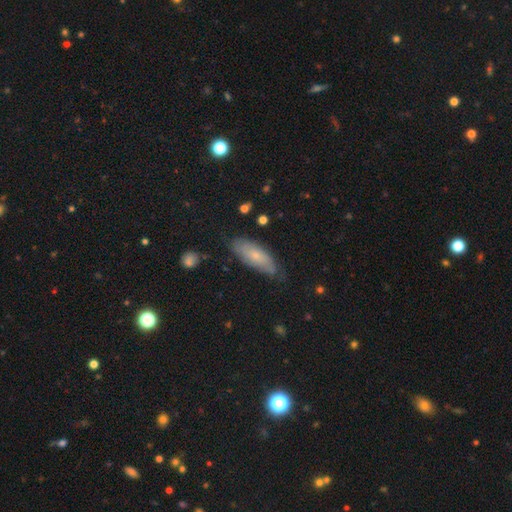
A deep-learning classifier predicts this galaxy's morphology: smooth_or_featured: smooth (p=0.61) [alt: featured or disk p=0.32]
how_rounded: in between (p=0.71) [alt: cigar-shaped p=0.26]
merging: none (p=0.70) [alt: minor disturbance p=0.24]